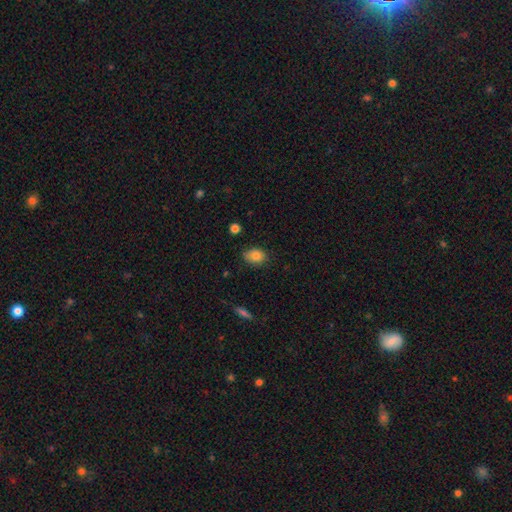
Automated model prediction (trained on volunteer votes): This is clearly a smooth galaxy (84%). How rounded: likely in between (69%). Merging: likely none (77%).